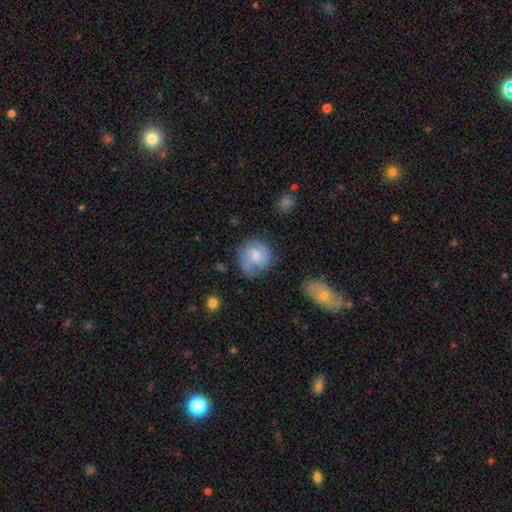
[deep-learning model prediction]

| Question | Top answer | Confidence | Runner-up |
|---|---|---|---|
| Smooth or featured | featured or disk | 56% | smooth (37%) |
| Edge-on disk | no | 98% | yes (2%) |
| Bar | no | 53% | weak (41%) |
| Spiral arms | yes | 89% | no (11%) |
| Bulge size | moderate | 43% | small (37%) |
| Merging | none | 68% | minor disturbance (20%) |